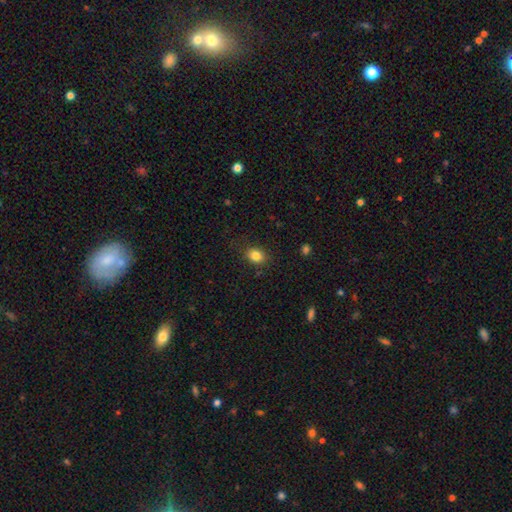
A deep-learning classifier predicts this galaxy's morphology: Smooth or featured? Predicted: smooth (p=0.84). How rounded? Predicted: in between (p=0.57). Merging? Predicted: none (p=0.84).